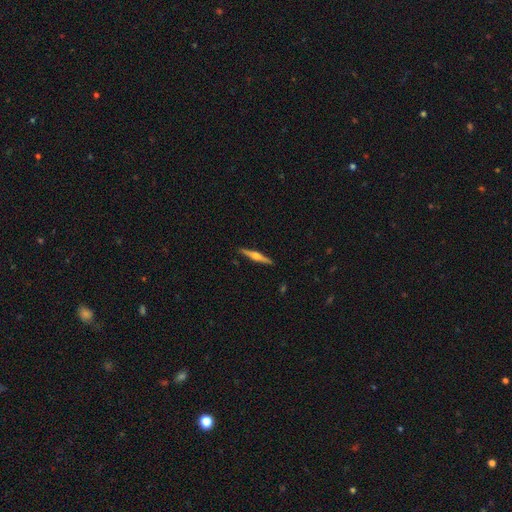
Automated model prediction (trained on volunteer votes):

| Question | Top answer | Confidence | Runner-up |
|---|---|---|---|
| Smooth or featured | featured or disk | 69% | smooth (26%) |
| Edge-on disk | yes | 98% | no (2%) |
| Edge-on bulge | rounded | 85% | boxy (10%) |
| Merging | none | 91% | minor disturbance (7%) |